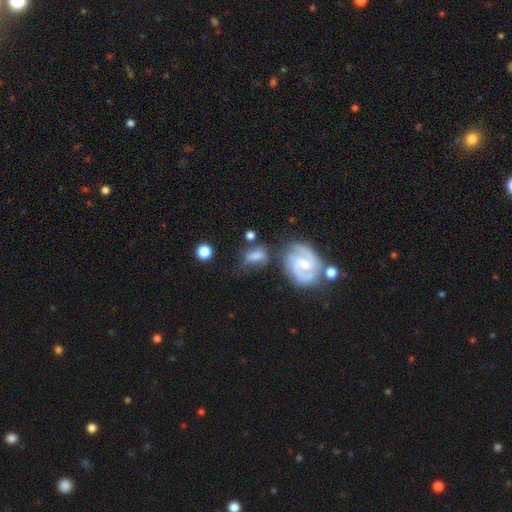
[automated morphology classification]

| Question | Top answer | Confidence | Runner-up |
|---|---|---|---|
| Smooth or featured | featured or disk | 49% | smooth (41%) |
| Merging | none | 44% | minor disturbance (23%) |